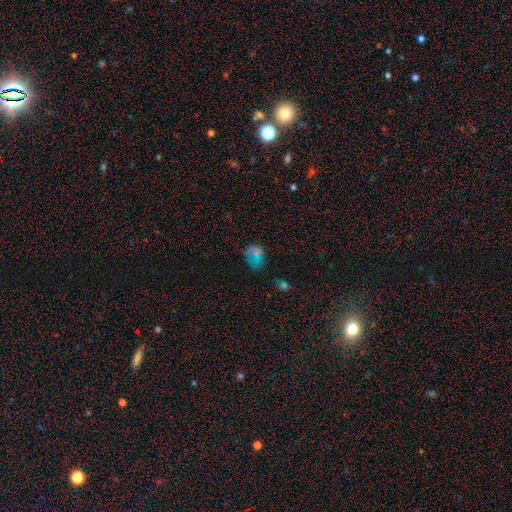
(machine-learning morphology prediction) type=smooth (59%); roundness=in between (63%); merging=none (44%).